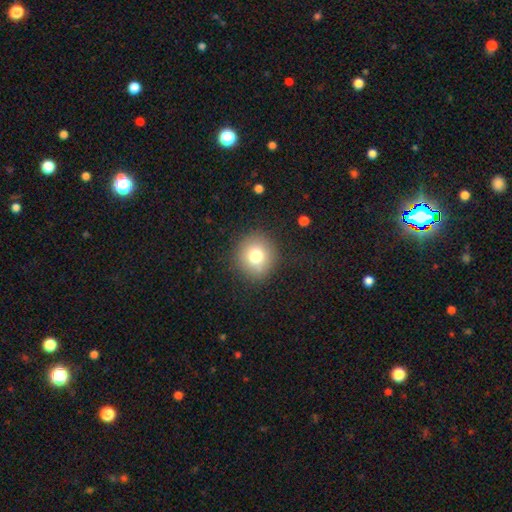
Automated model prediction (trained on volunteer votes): smooth-or-featured: smooth: 77% | featured or disk: 12% | star or artifact: 11%
  how-rounded: round: 90% | in between: 9% | cigar-shaped: 1%
  merging: none: 87% | minor disturbance: 9% | major disturbance: 3% | merger: 1%